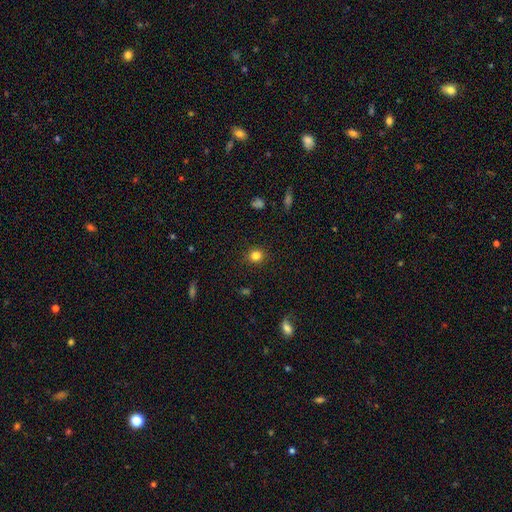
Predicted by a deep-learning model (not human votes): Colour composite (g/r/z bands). It shows a smooth galaxy with no disk features (83%) that is round (87%). Merging: none (89%).